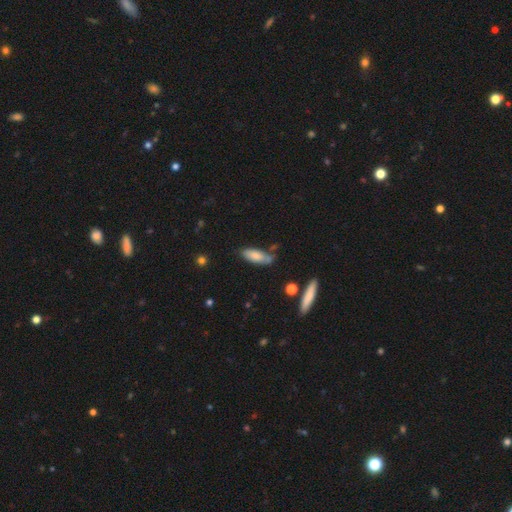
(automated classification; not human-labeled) The model was most divided on "how rounded": in between: 66%, cigar-shaped: 32%, round: 2%. More confident: smooth or featured — smooth (78%); merging — none (64%).